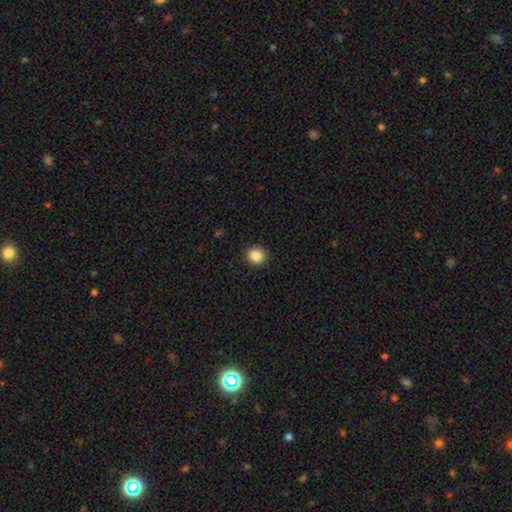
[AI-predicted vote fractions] Smooth or featured?
  - smooth: 87% *
  - star or artifact: 9%
  - featured or disk: 3%
How rounded?
  - round: 83% *
  - in between: 16%
  - cigar-shaped: 1%
Merging?
  - none: 90% *
  - minor disturbance: 7%
  - major disturbance: 2%
  - merger: 1%